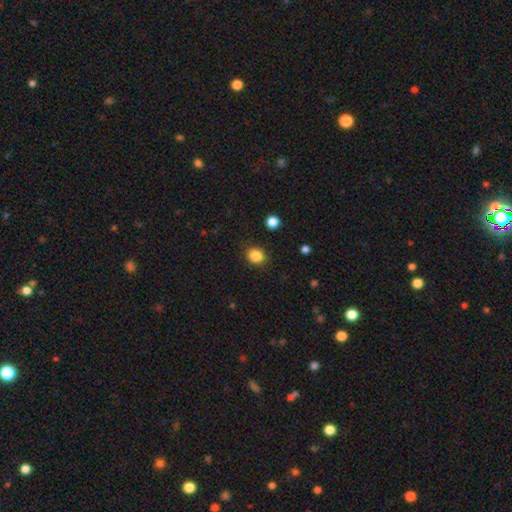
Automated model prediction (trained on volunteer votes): A smooth galaxy with no disk features (85%) that is round (70%).

Vote fractions:
- Smooth or featured? smooth: 85% / star or artifact: 11% / featured or disk: 4%
- How rounded? round: 70% / in between: 29% / cigar-shaped: 1%
- Merging? none: 87% / minor disturbance: 9% / major disturbance: 3% / merger: 1%